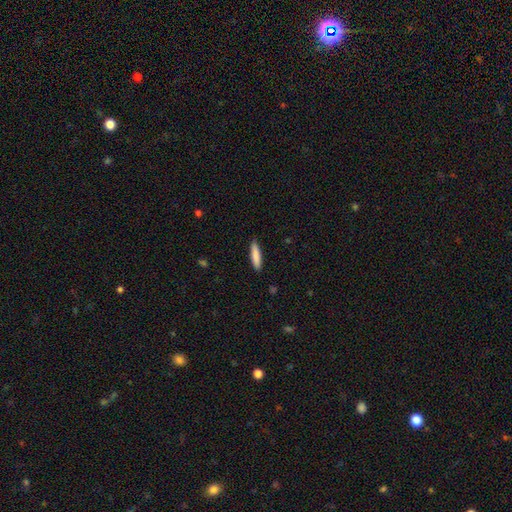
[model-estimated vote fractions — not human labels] smooth_or_featured: smooth (p=0.85) [alt: featured or disk p=0.09]
how_rounded: cigar-shaped (p=0.82) [alt: in between p=0.17]
merging: none (p=0.89) [alt: minor disturbance p=0.08]